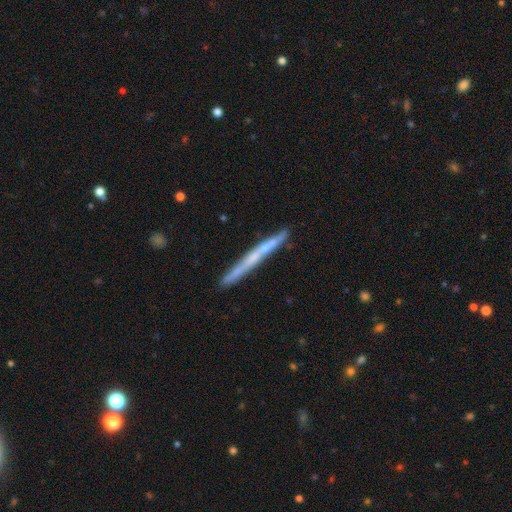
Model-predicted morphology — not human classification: smooth-or-featured: featured or disk: 59% | smooth: 34% | star or artifact: 6%
  disk-edge-on: yes: 95% | no: 5%
    edge-on-bulge: none: 71% | rounded: 24% | boxy: 5%
  merging: none: 85% | minor disturbance: 11% | merger: 2% | major disturbance: 2%